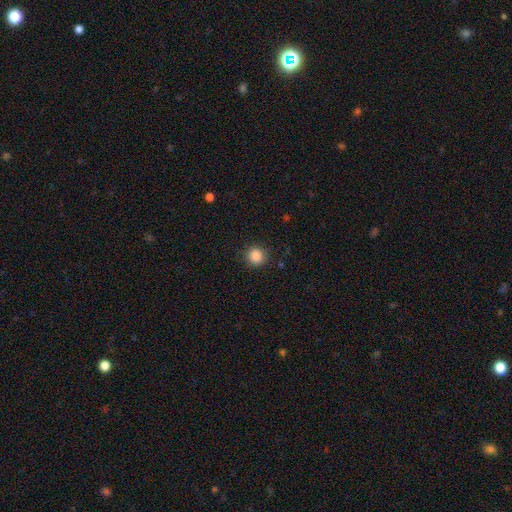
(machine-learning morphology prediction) A smooth galaxy with no disk features (86%) that is round (90%). Merging: none (89%).